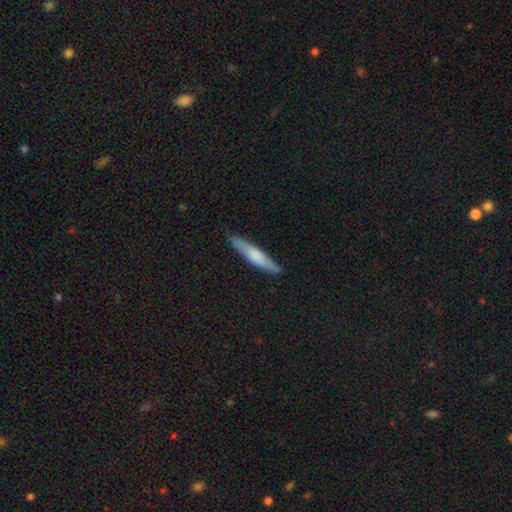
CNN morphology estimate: Q: Smooth or featured?
A: smooth (58%); runner-up: featured or disk (36%)
Q: How rounded?
A: cigar-shaped (90%); runner-up: in between (9%)
Q: Merging?
A: none (87%); runner-up: minor disturbance (10%)